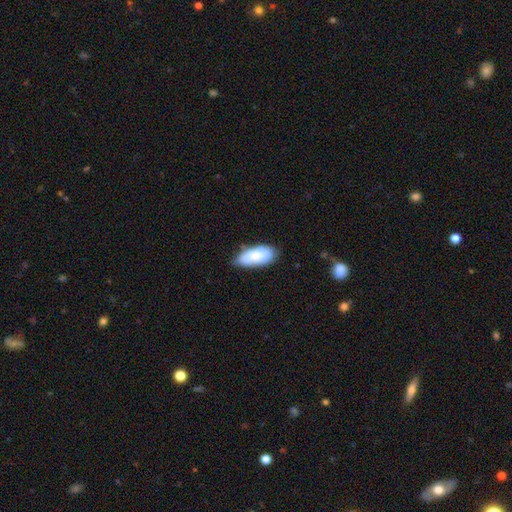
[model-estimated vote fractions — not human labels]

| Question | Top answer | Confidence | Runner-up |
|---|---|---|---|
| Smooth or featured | smooth | 66% | featured or disk (27%) |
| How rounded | in between | 91% | cigar-shaped (6%) |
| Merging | none | 62% | minor disturbance (30%) |